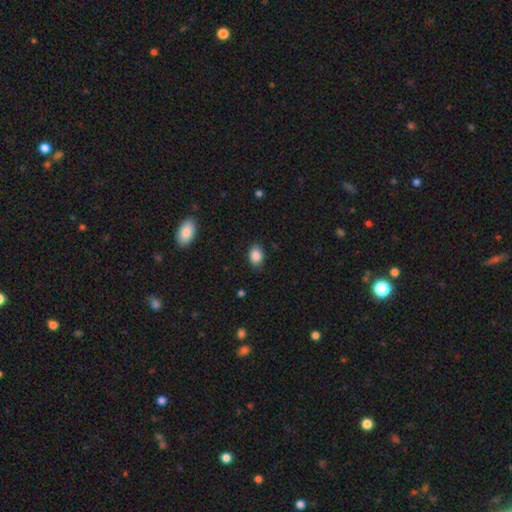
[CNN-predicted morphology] A smooth galaxy with no disk features (87%) that is in between round and cigar-shaped (76%). Merging: none (82%).